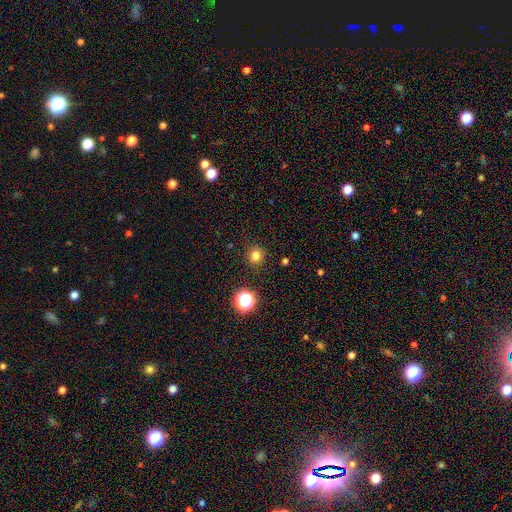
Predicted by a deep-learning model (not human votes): Overall: smooth (79%). How rounded: round (89%). Merging: none (89%).